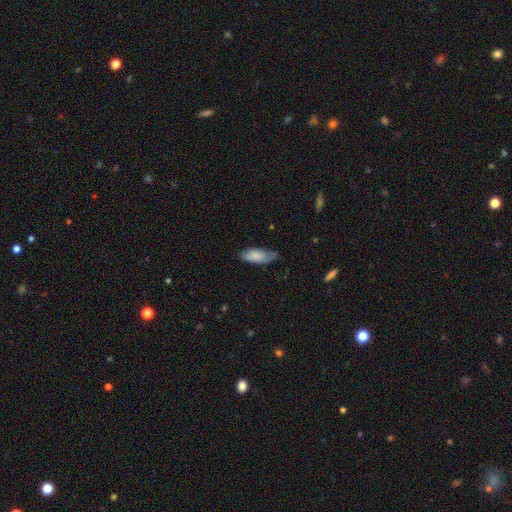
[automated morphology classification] A smooth galaxy with no disk features (78%) that is in between round and cigar-shaped (77%).

Vote fractions:
- Smooth or featured? smooth: 78% / featured or disk: 15% / star or artifact: 6%
- How rounded? in between: 77% / cigar-shaped: 21% / round: 2%
- Merging? none: 57% / minor disturbance: 33% / major disturbance: 9% / merger: 2%